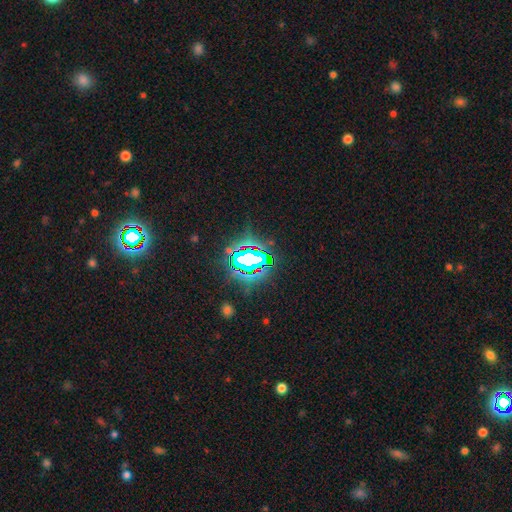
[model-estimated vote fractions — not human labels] Smooth or featured?
  - star or artifact: 82% *
  - smooth: 11%
  - featured or disk: 7%